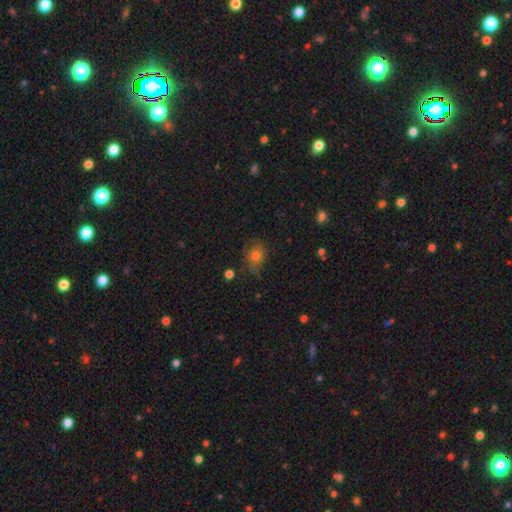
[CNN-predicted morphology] This is likely a smooth galaxy (73%). How rounded: possibly round (52%). Merging: likely none (61%).